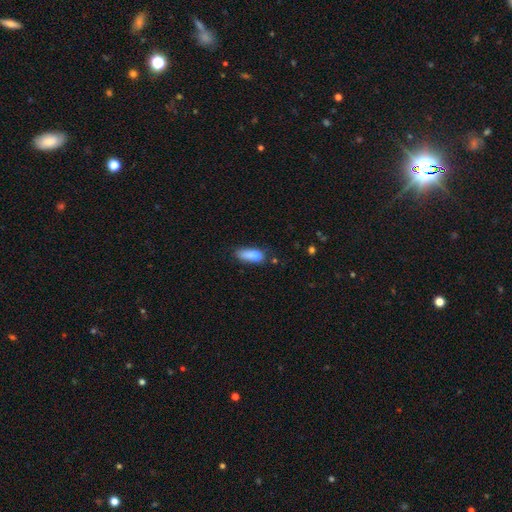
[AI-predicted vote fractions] Overall: smooth (77%). How rounded: in between (64%; cigar-shaped 32%). Merging: none (41%; minor disturbance 31%).